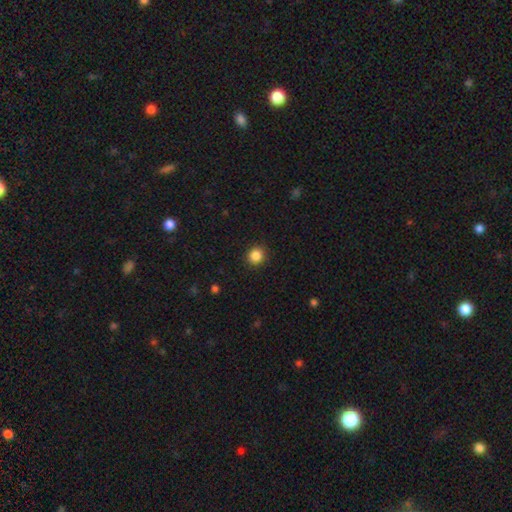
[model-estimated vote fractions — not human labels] Q: Smooth or featured?
A: smooth (86%); runner-up: star or artifact (10%)
Q: How rounded?
A: round (90%); runner-up: in between (9%)
Q: Merging?
A: none (91%); runner-up: minor disturbance (6%)